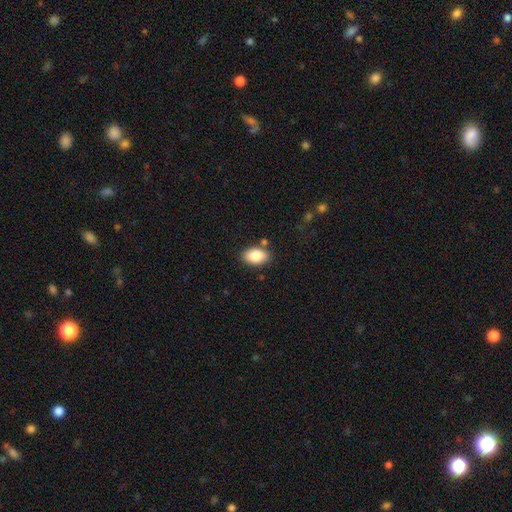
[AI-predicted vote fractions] The model was most divided on "merging": none: 82%, minor disturbance: 11%, merger: 4%, major disturbance: 3%. More confident: how rounded — in between (89%); smooth or featured — smooth (86%).